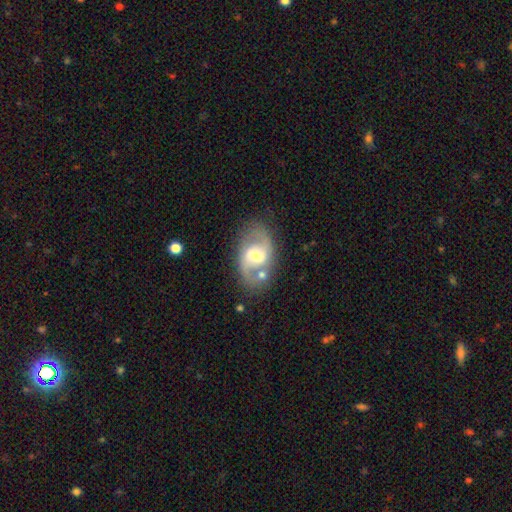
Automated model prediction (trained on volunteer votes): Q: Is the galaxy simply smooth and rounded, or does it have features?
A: featured or disk — 77%.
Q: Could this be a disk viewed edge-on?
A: no — 96%.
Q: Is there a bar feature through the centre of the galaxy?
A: weak — 52%.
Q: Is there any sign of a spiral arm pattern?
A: yes — 86%.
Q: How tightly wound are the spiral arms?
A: medium — 53%.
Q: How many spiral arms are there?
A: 2 — 88%.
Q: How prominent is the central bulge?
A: moderate — 63%.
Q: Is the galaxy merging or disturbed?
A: none — 70%.